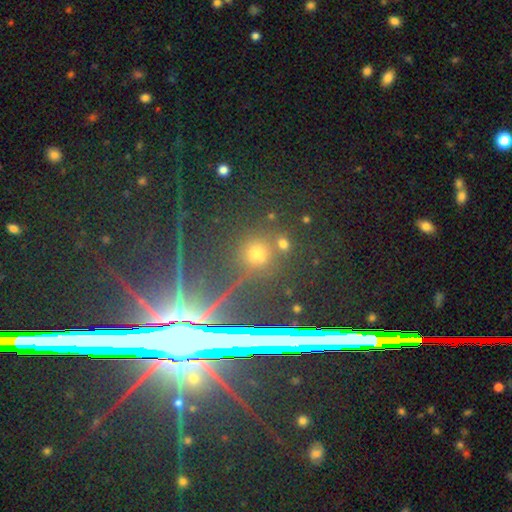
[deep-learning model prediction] This appears to be a star or artifact, not a galaxy (68%).